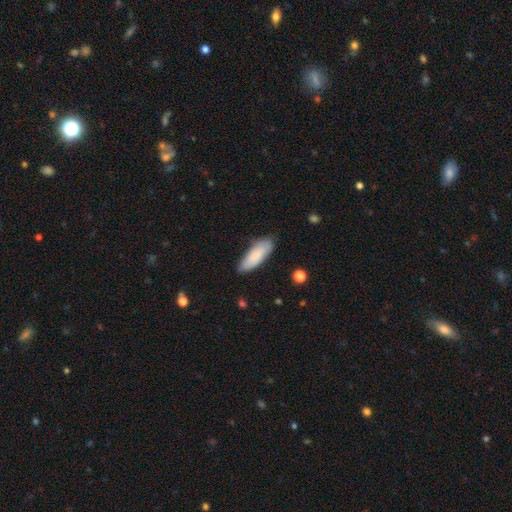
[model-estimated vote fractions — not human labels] Smooth or featured? Predicted: smooth (p=0.84). How rounded? Predicted: in between (p=0.65). Merging? Predicted: none (p=0.76).